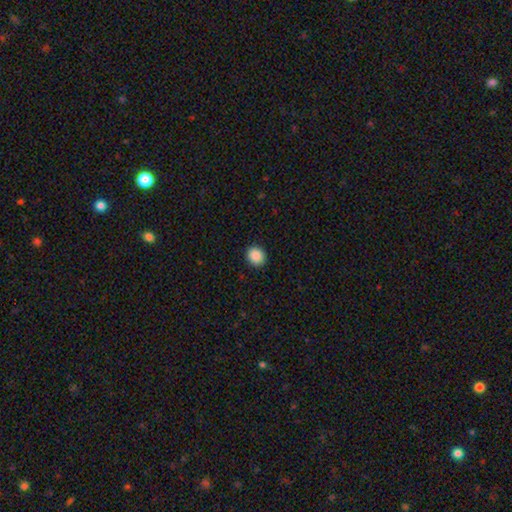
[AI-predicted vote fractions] This is clearly a smooth galaxy (89%). How rounded: likely round (77%). Merging: clearly none (91%).